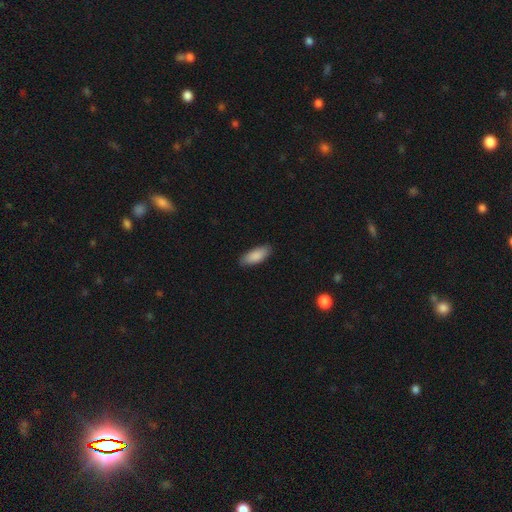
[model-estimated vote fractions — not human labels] smooth-or-featured: smooth: 88% | featured or disk: 6% | star or artifact: 6%
  how-rounded: in between: 82% | cigar-shaped: 16% | round: 2%
  merging: none: 87% | minor disturbance: 10% | major disturbance: 2% | merger: 1%